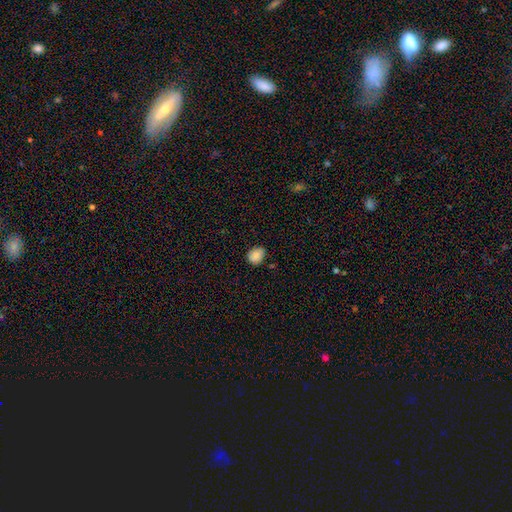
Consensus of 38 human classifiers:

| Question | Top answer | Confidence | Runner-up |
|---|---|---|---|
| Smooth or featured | smooth | 87% | featured or disk (8%) |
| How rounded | round | 70% | in between (30%) |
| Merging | none | 53% | minor disturbance (42%) |